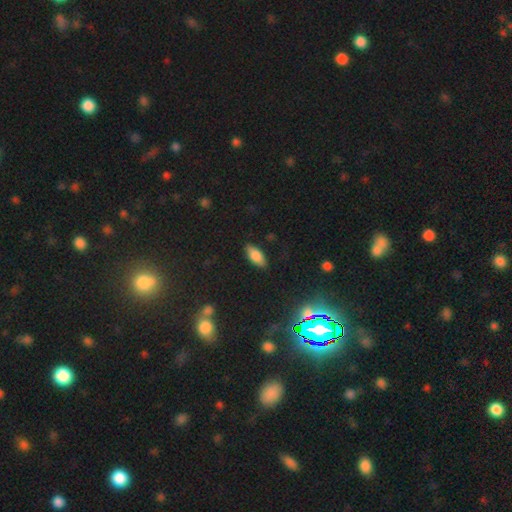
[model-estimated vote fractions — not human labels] This is likely a smooth galaxy (80%). How rounded: clearly in between (85%). Merging: clearly none (85%).